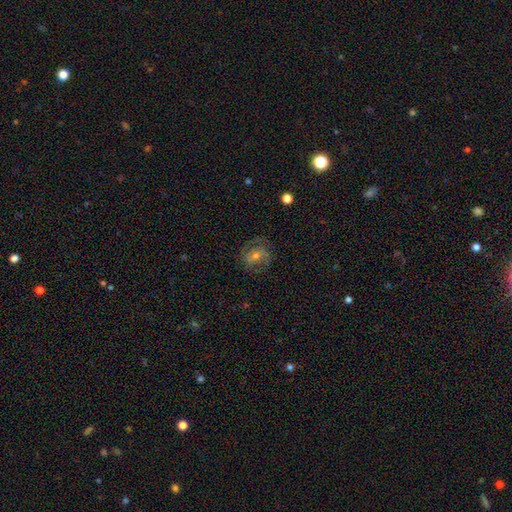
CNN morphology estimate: Smooth or featured?
  - featured or disk: 53% *
  - smooth: 36%
  - star or artifact: 10%
Edge-on disk?
  - no: 96% *
  - yes: 4%
Bar?
  - no: 52% *
  - weak: 35%
  - strong: 13%
Spiral arms?
  - yes: 77% *
  - no: 23%
Bulge size?
  - moderate: 54% *
  - small: 39%
  - large: 4%
  - none: 2%
  - dominant: 1%
Merging?
  - none: 68% *
  - minor disturbance: 19%
  - major disturbance: 12%
  - merger: 1%